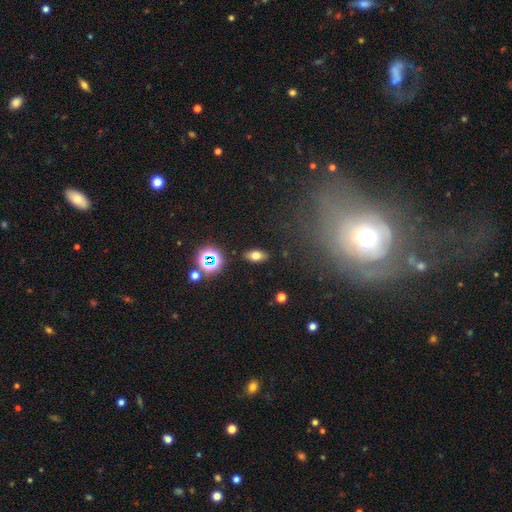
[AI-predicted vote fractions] smooth-or-featured: smooth: 69% | star or artifact: 16% | featured or disk: 15%
  how-rounded: in between: 86% | round: 8% | cigar-shaped: 6%
  merging: none: 87% | minor disturbance: 9% | major disturbance: 2% | merger: 2%